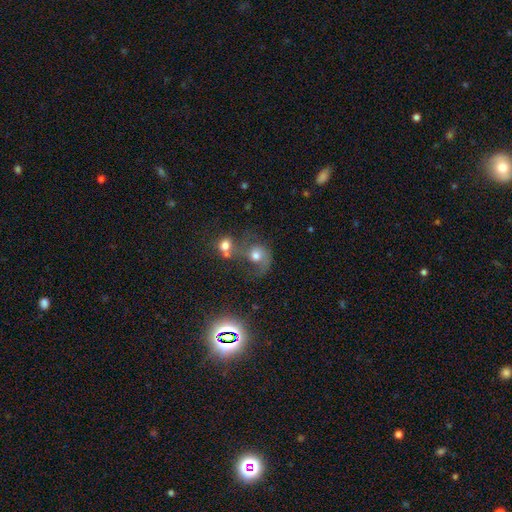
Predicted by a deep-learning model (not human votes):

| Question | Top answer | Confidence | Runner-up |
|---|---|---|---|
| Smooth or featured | smooth | 47% | featured or disk (39%) |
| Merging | merger | 45% | none (22%) |